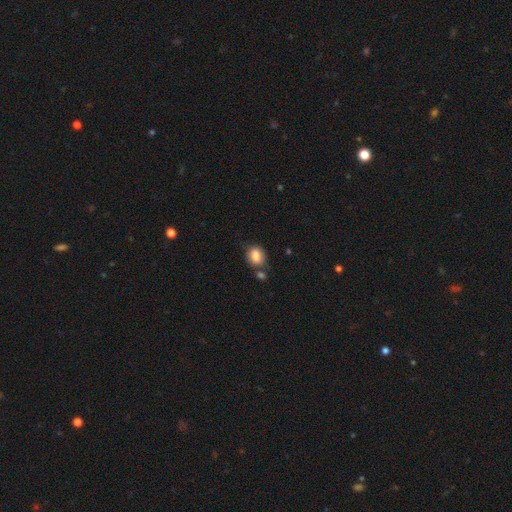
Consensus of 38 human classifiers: Morphology: type=smooth (79%); roundness=in between (67%); merging=none (57%).